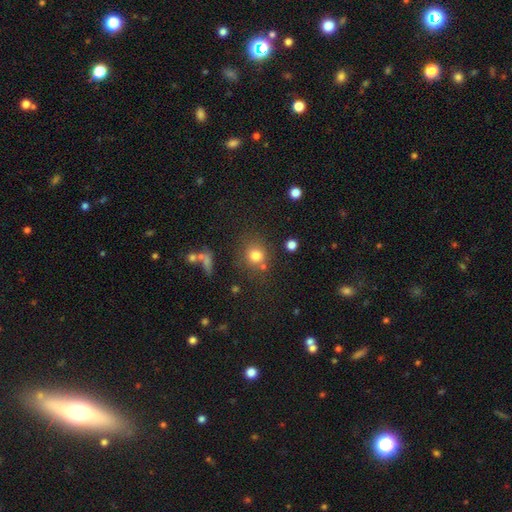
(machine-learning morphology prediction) A smooth galaxy with no disk features (77%) that is round (85%). Merging: none (71%).